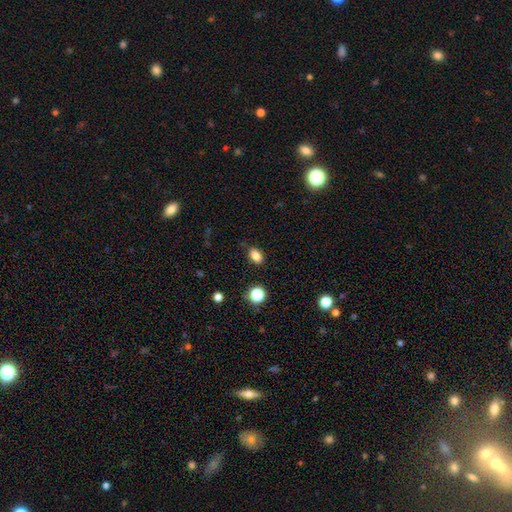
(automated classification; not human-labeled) Q: Smooth or featured?
A: smooth (83%); runner-up: star or artifact (12%)
Q: How rounded?
A: in between (80%); runner-up: round (18%)
Q: Merging?
A: none (83%); runner-up: minor disturbance (12%)